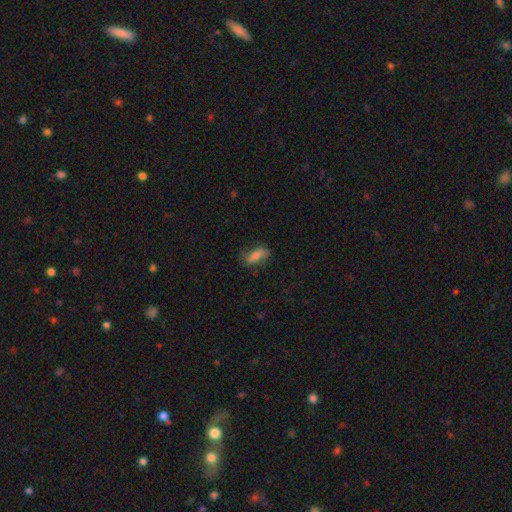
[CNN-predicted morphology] A smooth galaxy with no disk features (68%) that is in between round and cigar-shaped (76%).

Vote fractions:
- Smooth or featured? smooth: 68% / featured or disk: 24% / star or artifact: 8%
- How rounded? in between: 76% / cigar-shaped: 20% / round: 4%
- Merging? none: 73% / minor disturbance: 20% / major disturbance: 6% / merger: 1%